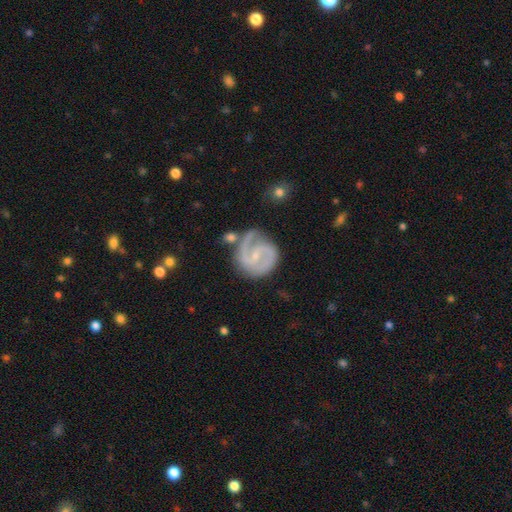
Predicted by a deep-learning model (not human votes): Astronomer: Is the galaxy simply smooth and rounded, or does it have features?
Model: featured or disk — 87%.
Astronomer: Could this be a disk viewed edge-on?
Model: no — 98%.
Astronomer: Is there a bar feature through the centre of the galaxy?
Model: weak — 45% (runner-up: no, 37%).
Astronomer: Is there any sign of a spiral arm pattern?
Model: yes — 97%.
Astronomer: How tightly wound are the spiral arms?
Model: medium — 50% (runner-up: tight, 37%).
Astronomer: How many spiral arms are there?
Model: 2 — 82%.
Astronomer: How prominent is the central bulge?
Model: small — 76%.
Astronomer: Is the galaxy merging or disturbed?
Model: none — 63%.